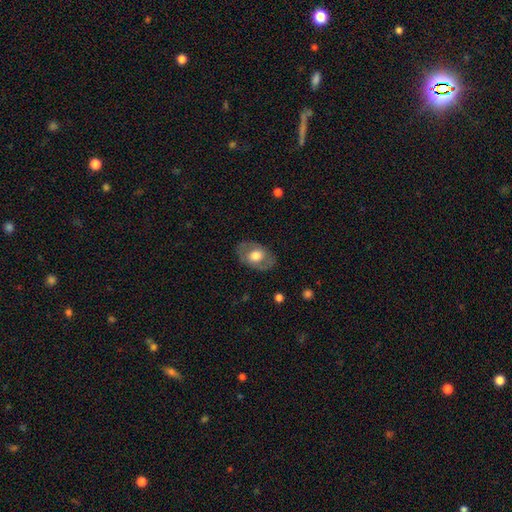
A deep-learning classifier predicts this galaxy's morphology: Overall: smooth (54%; featured or disk 39%). How rounded: in between (80%). Merging: none (79%).